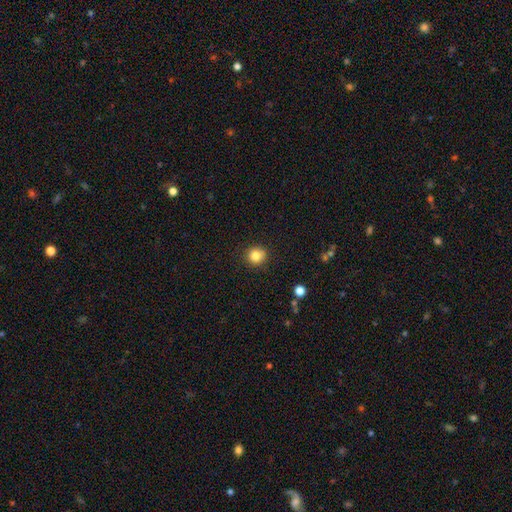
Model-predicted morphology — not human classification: This appears to be a smooth galaxy with no disk features (83%) that is round (91%). Merging: none (90%).